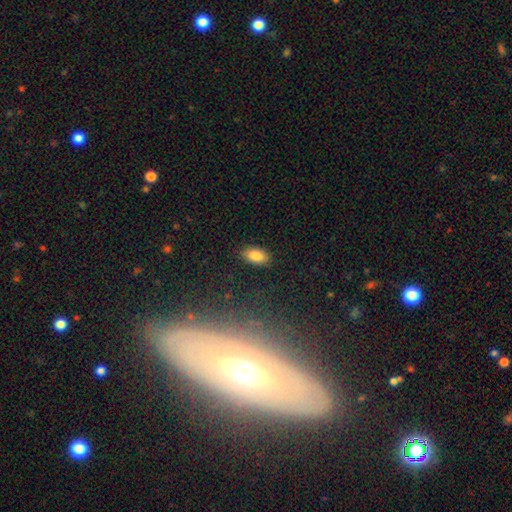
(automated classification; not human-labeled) Overall: smooth (86%). How rounded: in between (93%). Merging: none (87%).